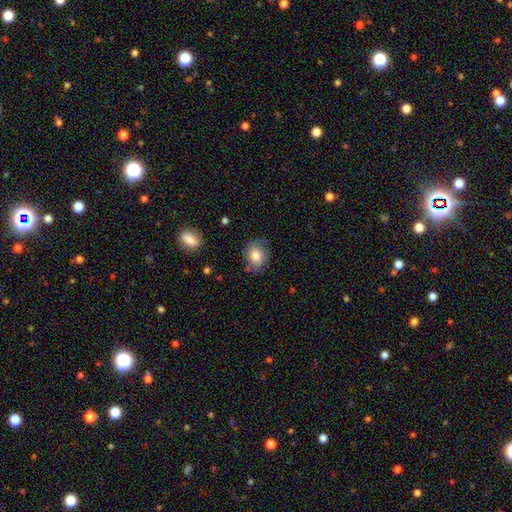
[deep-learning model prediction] Q: Smooth or featured?
A: smooth (80%); runner-up: featured or disk (11%)
Q: How rounded?
A: in between (50%); runner-up: round (49%)
Q: Merging?
A: none (75%); runner-up: minor disturbance (19%)